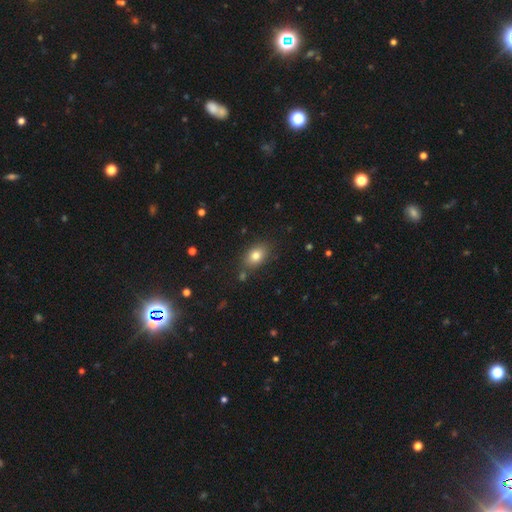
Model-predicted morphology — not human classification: A smooth galaxy with no disk features (80%) that is in between round and cigar-shaped (79%). Merging: none (80%).